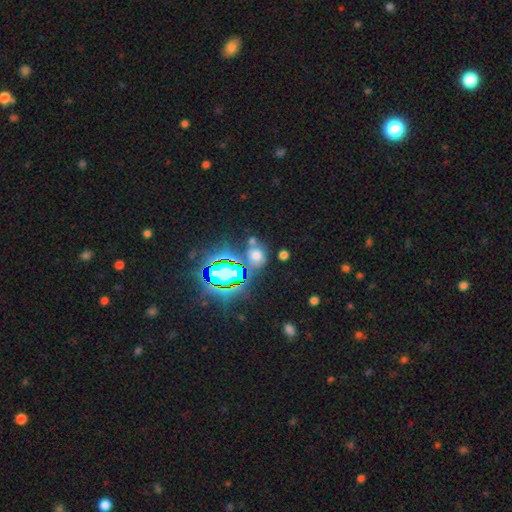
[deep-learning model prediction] A smooth galaxy with no disk features (49%). Merging: none (63%).